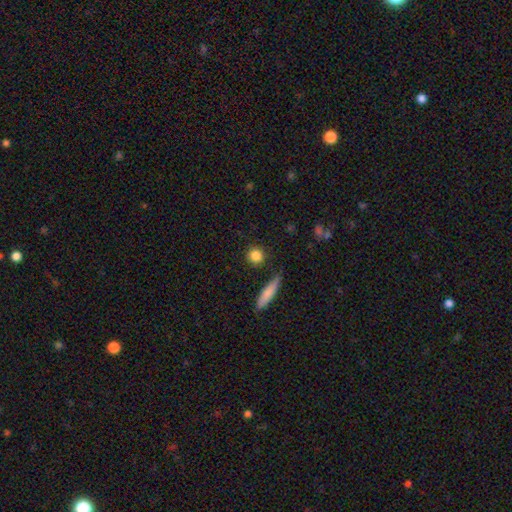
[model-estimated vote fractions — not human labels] Smooth or featured: smooth — 85% (star or artifact — 9%)
How rounded: round — 86% (in between — 10%)
Merging: none — 87% (minor disturbance — 8%)